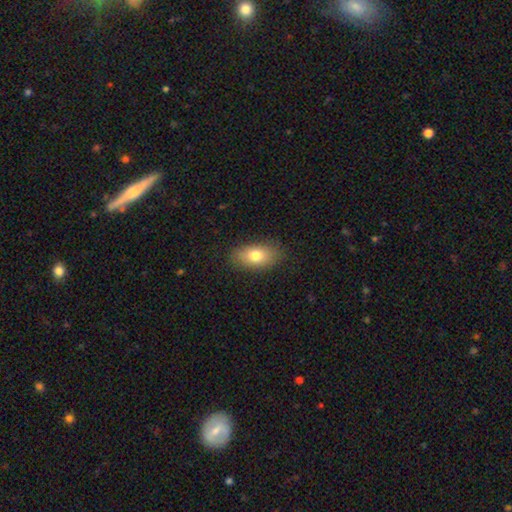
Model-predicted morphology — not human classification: Q: Smooth or featured?
A: smooth (76%); runner-up: featured or disk (16%)
Q: How rounded?
A: in between (88%); runner-up: round (9%)
Q: Merging?
A: none (83%); runner-up: minor disturbance (12%)